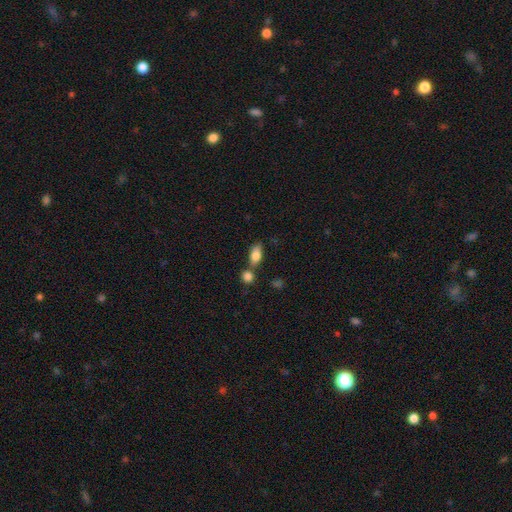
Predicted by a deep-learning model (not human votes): Smooth or featured: smooth — 80% (featured or disk — 12%)
How rounded: in between — 85% (cigar-shaped — 8%)
Merging: none — 58% (merger — 26%)